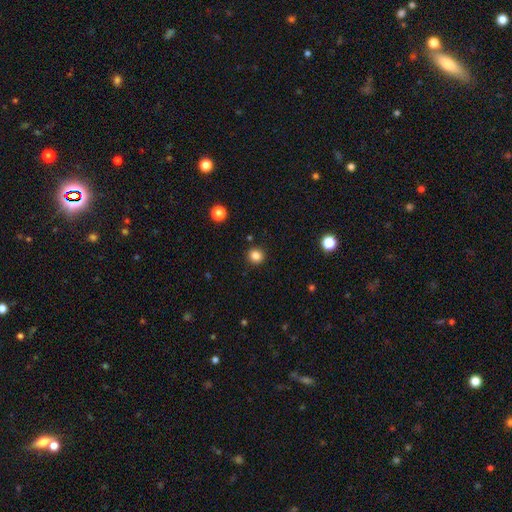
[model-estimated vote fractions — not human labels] A smooth galaxy with no disk features (84%) that is round (92%). Merging: none (91%).